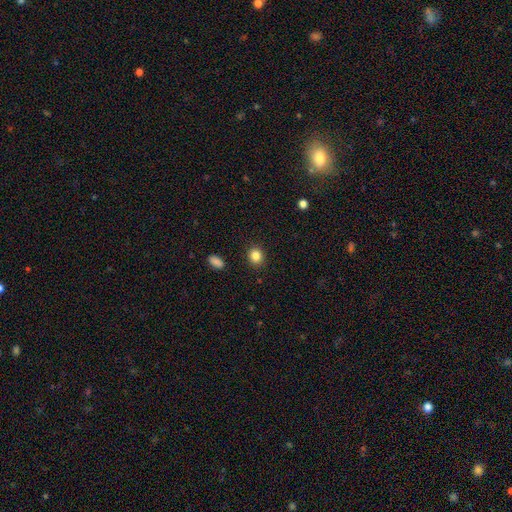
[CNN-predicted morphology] smooth_or_featured: smooth (p=0.84) [alt: star or artifact p=0.11]
how_rounded: round (p=0.73) [alt: in between p=0.26]
merging: none (p=0.89) [alt: minor disturbance p=0.07]